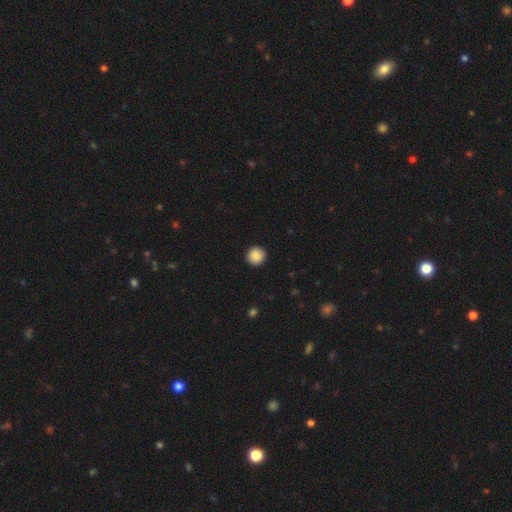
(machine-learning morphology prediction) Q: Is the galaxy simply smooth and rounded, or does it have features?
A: smooth — 88%.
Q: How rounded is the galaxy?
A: round — 95%.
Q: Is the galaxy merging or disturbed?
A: none — 93%.